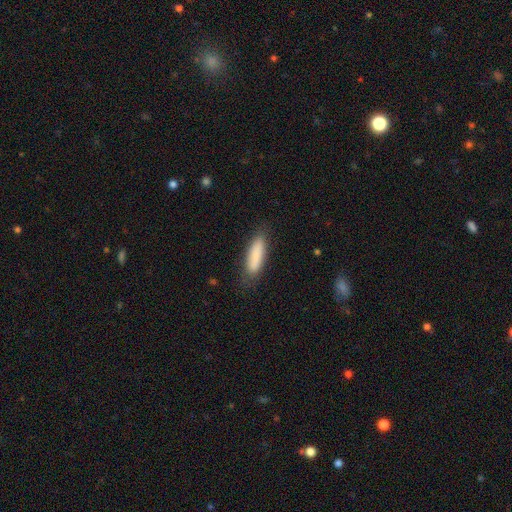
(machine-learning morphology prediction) A smooth galaxy with no disk features (86%) that is cigar-shaped (56%). Merging: none (81%).